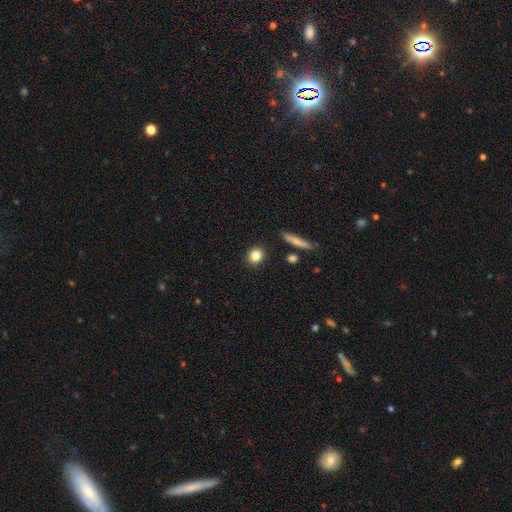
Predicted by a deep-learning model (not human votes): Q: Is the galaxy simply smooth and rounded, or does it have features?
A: smooth — 83%.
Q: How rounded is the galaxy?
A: round — 75%.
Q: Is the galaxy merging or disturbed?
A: none — 89%.